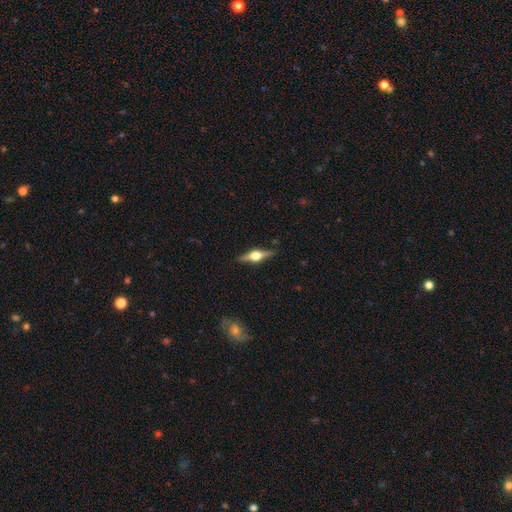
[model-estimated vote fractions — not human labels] This appears to be a featured or disk galaxy (74%) viewed edge-on (97%) with a rounded central bulge (94%). Merging: none (88%).